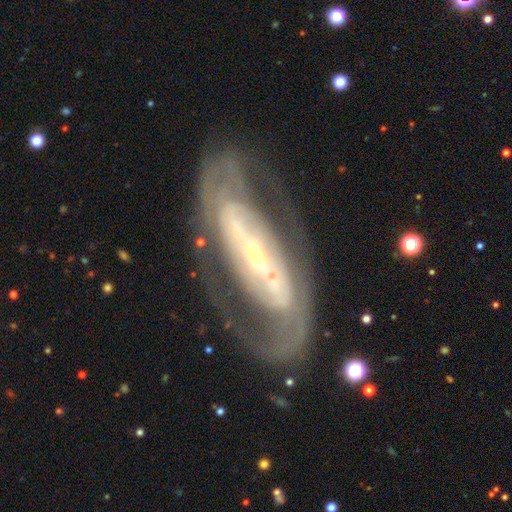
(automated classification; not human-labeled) Smooth or featured? Predicted: featured or disk (p=0.84). Edge-on disk? Predicted: no (p=0.88). Bar? Predicted: strong (p=0.55). Spiral arms? Predicted: yes (p=0.80). Spiral winding? Predicted: tight (p=0.43). Spiral arm count? Predicted: 2 (p=0.64). Bulge size? Predicted: small (p=0.80). Merging? Predicted: none (p=0.67).